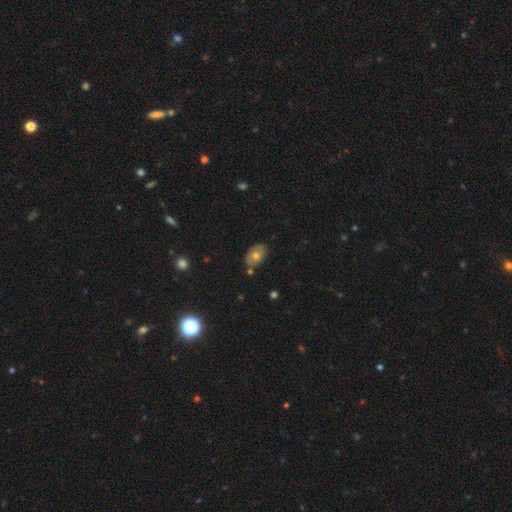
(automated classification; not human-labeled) Smooth or featured?
  - smooth: 65% *
  - featured or disk: 26%
  - star or artifact: 9%
How rounded?
  - in between: 86% *
  - round: 12%
  - cigar-shaped: 1%
Merging?
  - none: 70% *
  - minor disturbance: 21%
  - merger: 6%
  - major disturbance: 4%